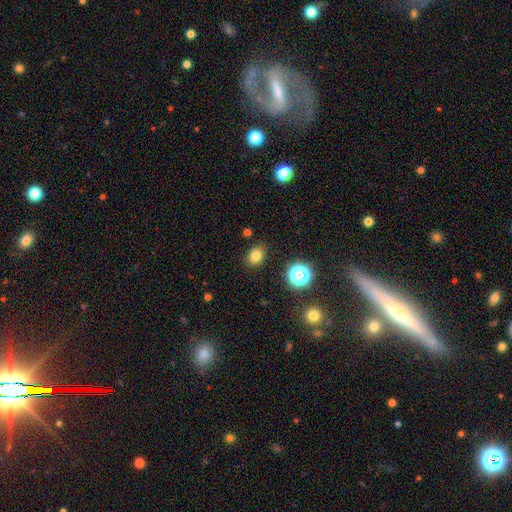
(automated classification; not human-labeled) The model was most divided on "how rounded": in between: 60%, round: 39%, cigar-shaped: 1%. More confident: merging — none (84%); smooth or featured — smooth (79%).